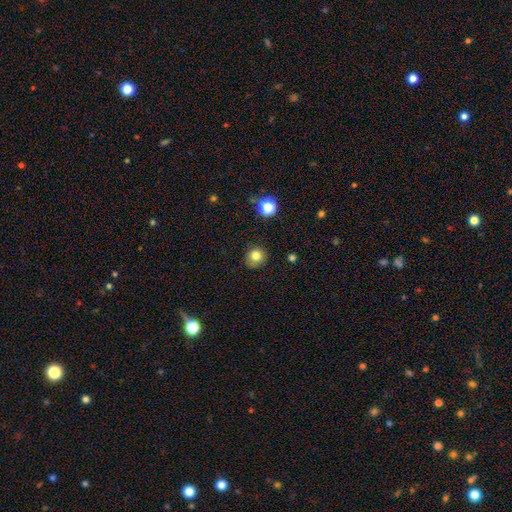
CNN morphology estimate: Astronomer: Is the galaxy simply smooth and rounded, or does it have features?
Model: smooth — 80%.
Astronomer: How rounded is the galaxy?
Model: round — 88%.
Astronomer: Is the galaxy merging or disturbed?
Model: none — 81%.